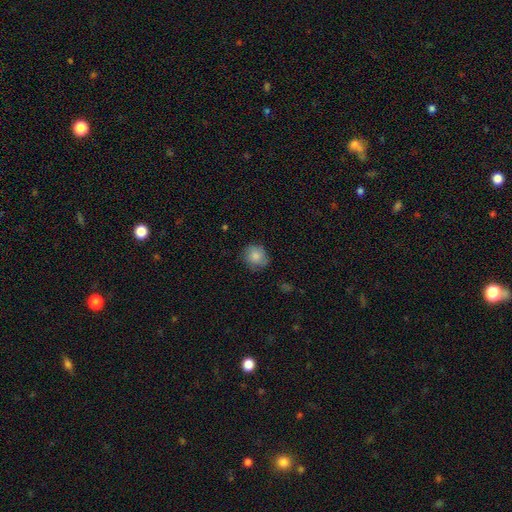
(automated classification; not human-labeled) smooth 83%, featured or disk 9%, star or artifact 8%. Down the decision tree: how rounded — round (84%); merging — none (78%).